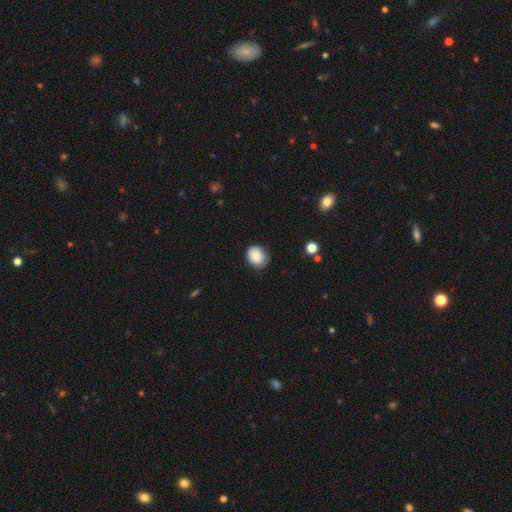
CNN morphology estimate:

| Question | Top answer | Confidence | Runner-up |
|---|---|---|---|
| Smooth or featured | smooth | 81% | featured or disk (11%) |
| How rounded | round | 61% | in between (39%) |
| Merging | none | 70% | minor disturbance (24%) |